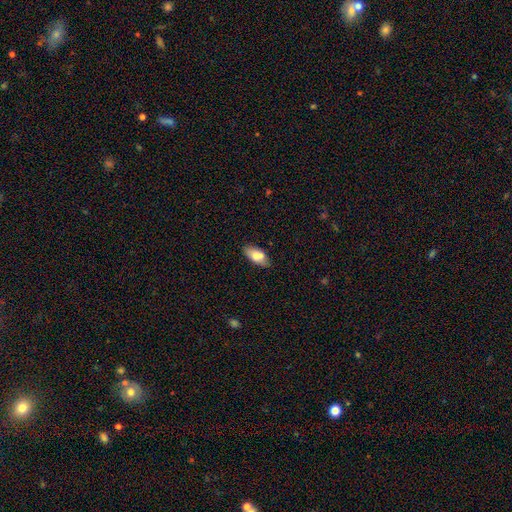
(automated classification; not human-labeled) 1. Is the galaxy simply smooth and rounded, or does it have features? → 76% smooth, 16% featured or disk, 7% star or artifact.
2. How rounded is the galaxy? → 89% in between, 8% cigar-shaped, 3% round.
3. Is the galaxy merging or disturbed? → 74% none, 16% minor disturbance, 7% merger, 3% major disturbance.